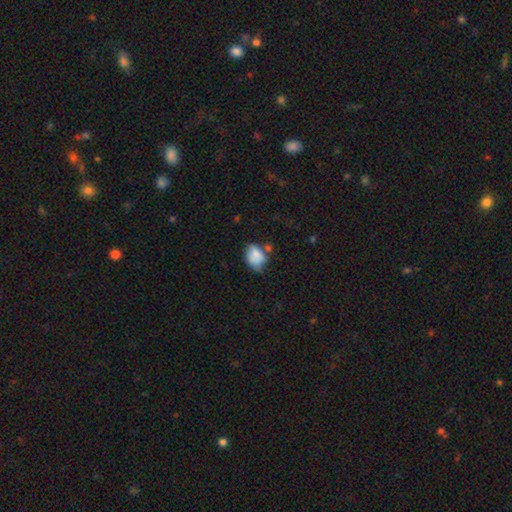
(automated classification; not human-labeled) Smooth or featured: smooth — 78% (featured or disk — 13%)
How rounded: in between — 70% (round — 29%)
Merging: none — 40% (minor disturbance — 35%)